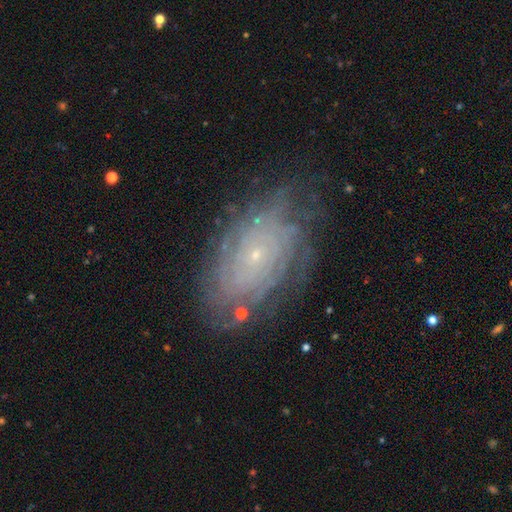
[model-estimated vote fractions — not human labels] smooth-or-featured: featured or disk: 75% | smooth: 16% | star or artifact: 9%
  disk-edge-on: no: 95% | yes: 5%
    bar: no: 84% | weak: 13% | strong: 3%
    has-spiral-arms: yes: 89% | no: 11%
      spiral-winding: tight: 77% | medium: 17% | loose: 6%
      spiral-arm-count: can't tell: 49% | more than 4: 18% | 4: 11% | 2: 8% | 3: 7% | 1: 5%
    bulge-size: small: 87% | moderate: 8% | none: 2% | large: 1% | dominant: 1%
  merging: none: 75% | minor disturbance: 17% | major disturbance: 7% | merger: 2%